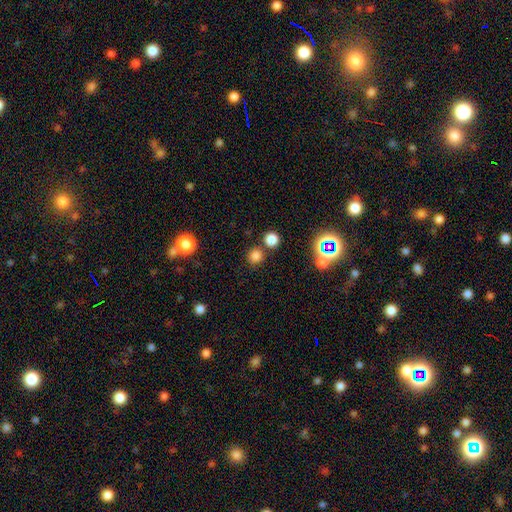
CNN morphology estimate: Smooth or featured?
  - smooth: 77% *
  - star or artifact: 18%
  - featured or disk: 5%
How rounded?
  - round: 92% *
  - in between: 7%
  - cigar-shaped: 1%
Merging?
  - none: 77% *
  - merger: 13%
  - minor disturbance: 7%
  - major disturbance: 3%